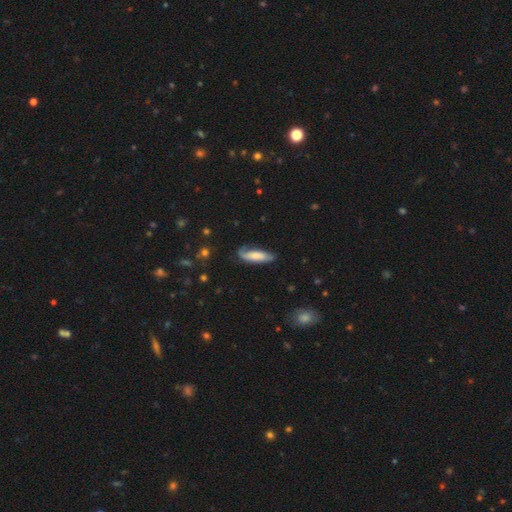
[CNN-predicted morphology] type=smooth (58%); roundness=cigar-shaped (49%, tied with in between); merging=none (61%).